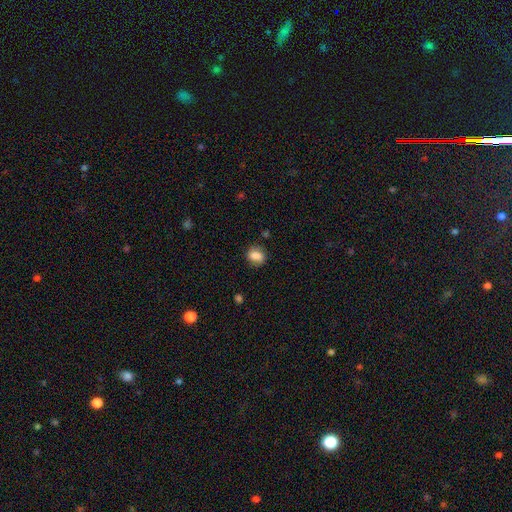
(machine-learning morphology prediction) The model was most divided on "how rounded": in between: 56%, round: 42%, cigar-shaped: 2%. More confident: smooth or featured — smooth (81%); merging — none (78%).